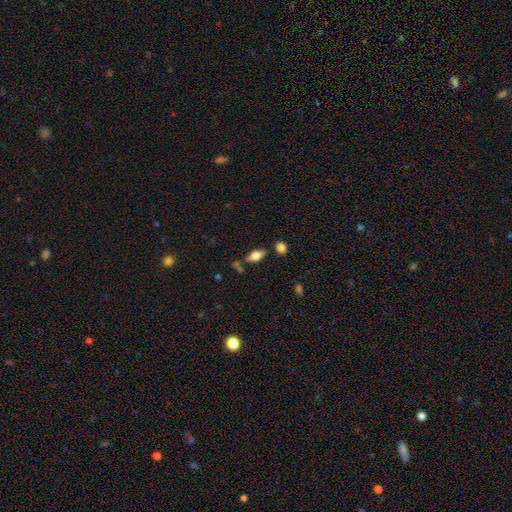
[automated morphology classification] Smooth or featured?
  - smooth: 65% *
  - featured or disk: 26%
  - star or artifact: 9%
How rounded?
  - in between: 83% *
  - cigar-shaped: 13%
  - round: 4%
Merging?
  - none: 71% *
  - minor disturbance: 15%
  - merger: 10%
  - major disturbance: 4%